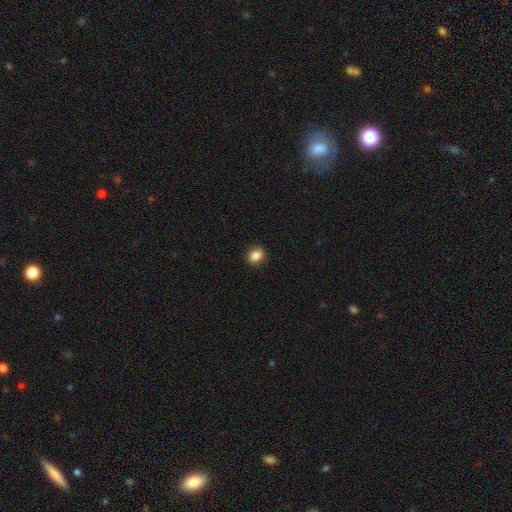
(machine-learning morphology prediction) type=smooth (85%); roundness=in between (51%); merging=none (87%).